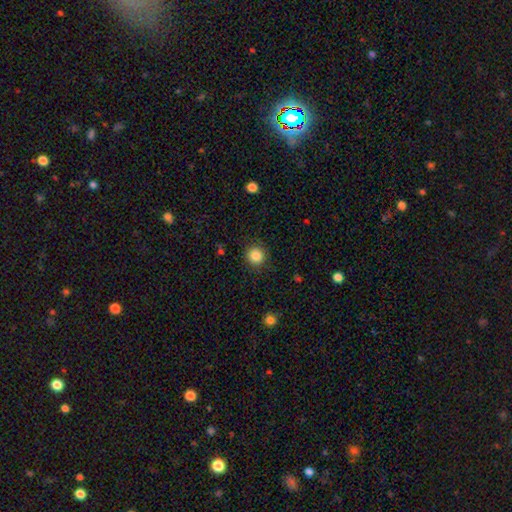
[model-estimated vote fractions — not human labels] smooth-or-featured: smooth: 85% | star or artifact: 11% | featured or disk: 4%
  how-rounded: round: 93% | in between: 6% | cigar-shaped: 1%
  merging: none: 89% | minor disturbance: 7% | major disturbance: 2% | merger: 1%